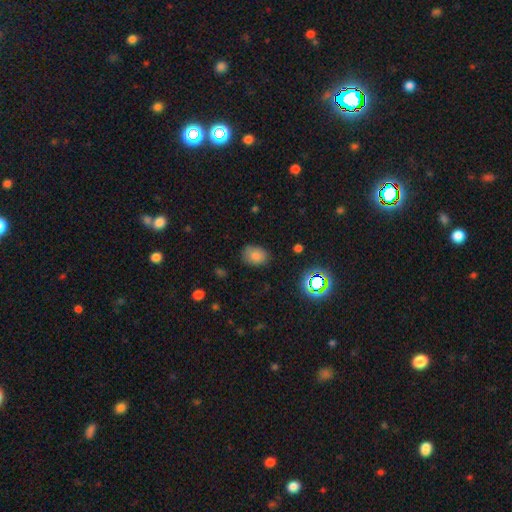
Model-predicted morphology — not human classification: smooth 79%, star or artifact 14%, featured or disk 7%. Down the decision tree: how rounded — in between (69%); merging — none (78%).